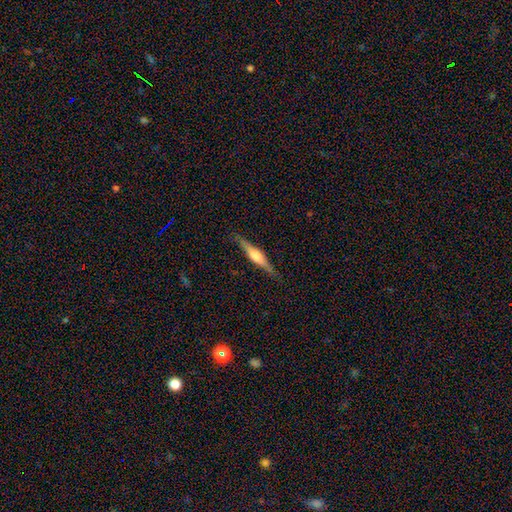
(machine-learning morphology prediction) Smooth or featured?
  - featured or disk: 64% *
  - smooth: 30%
  - star or artifact: 6%
Edge-on disk?
  - yes: 97% *
  - no: 3%
Edge-on bulge?
  - rounded: 82% *
  - boxy: 13%
  - none: 5%
Merging?
  - none: 86% *
  - minor disturbance: 10%
  - major disturbance: 2%
  - merger: 1%